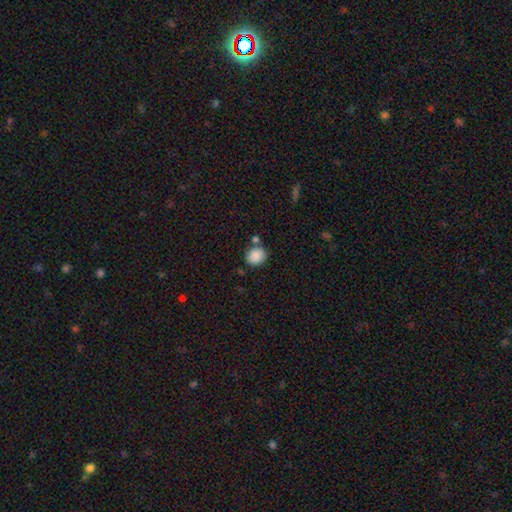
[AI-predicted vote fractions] Smooth or featured: smooth — 88% (star or artifact — 8%)
How rounded: round — 69% (in between — 30%)
Merging: none — 70% (merger — 13%)